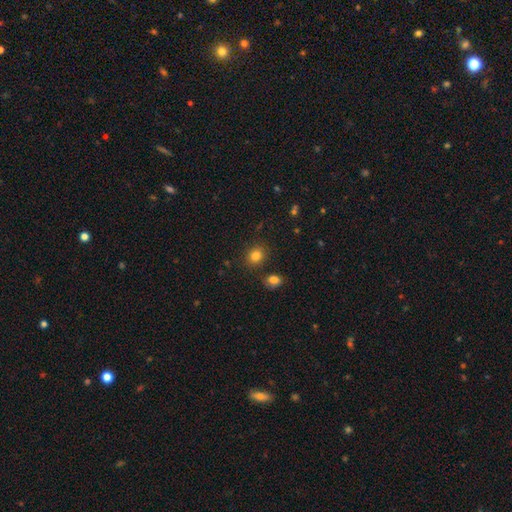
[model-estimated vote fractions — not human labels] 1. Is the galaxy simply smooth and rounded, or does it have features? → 82% smooth, 12% star or artifact, 6% featured or disk.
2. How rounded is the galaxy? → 70% round, 29% in between, 1% cigar-shaped.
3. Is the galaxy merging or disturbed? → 82% none, 9% minor disturbance, 5% merger, 3% major disturbance.